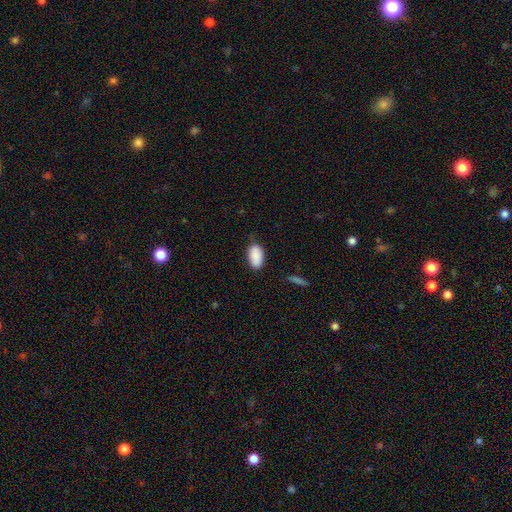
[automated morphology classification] Smooth or featured: smooth — 89% (star or artifact — 7%)
How rounded: in between — 94% (round — 4%)
Merging: none — 76% (minor disturbance — 19%)